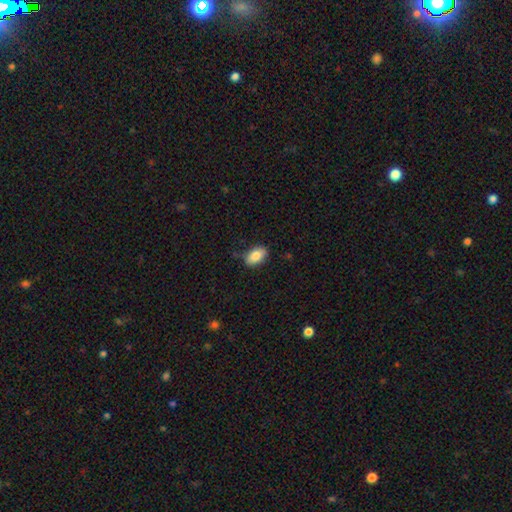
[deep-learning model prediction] smooth-or-featured: smooth: 84% | featured or disk: 8% | star or artifact: 7%
  how-rounded: in between: 92% | round: 6% | cigar-shaped: 2%
  merging: none: 81% | minor disturbance: 15% | major disturbance: 3% | merger: 2%